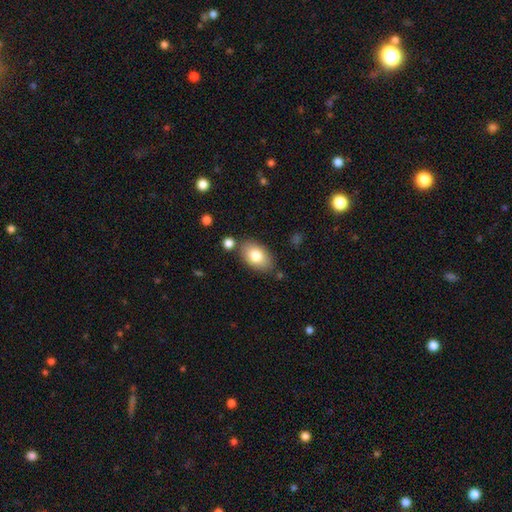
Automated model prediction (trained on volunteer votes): smooth-or-featured: smooth: 80% | featured or disk: 13% | star or artifact: 7%
  how-rounded: in between: 91% | round: 7% | cigar-shaped: 1%
  merging: none: 77% | minor disturbance: 14% | merger: 6% | major disturbance: 3%